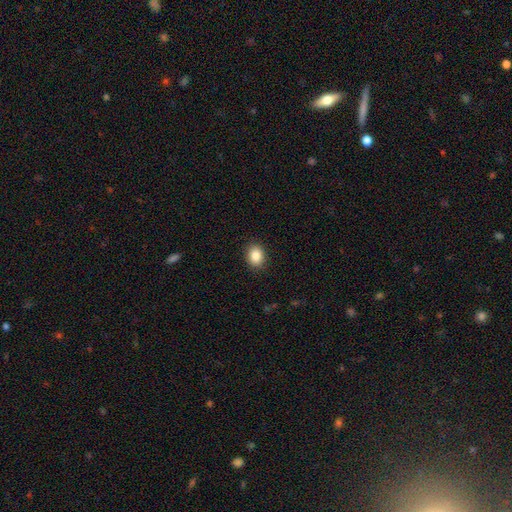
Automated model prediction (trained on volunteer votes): smooth_or_featured: smooth (p=0.86) [alt: star or artifact p=0.09]
how_rounded: in between (p=0.51) [alt: round p=0.48]
merging: none (p=0.90) [alt: minor disturbance p=0.07]